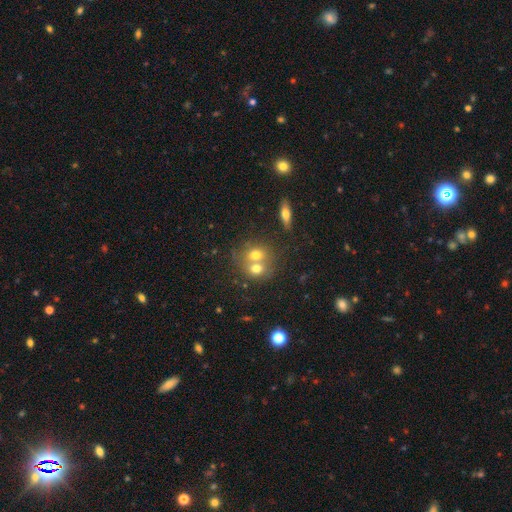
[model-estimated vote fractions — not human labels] This appears to be a smooth galaxy with no disk features (64%) that is round (66%). Merging: merger (63%).